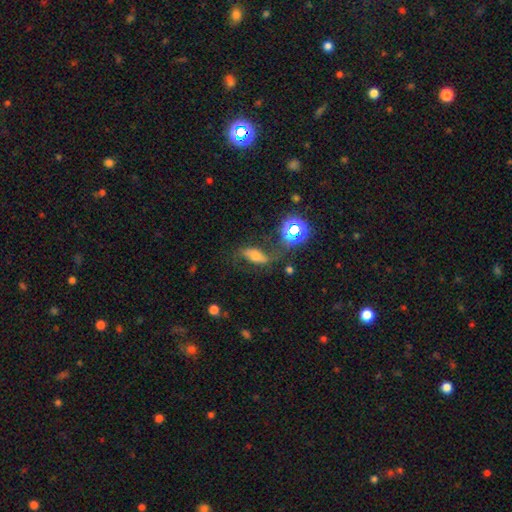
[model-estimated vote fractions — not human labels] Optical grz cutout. It shows a featured or disk galaxy (44%). Merging: none (55%).